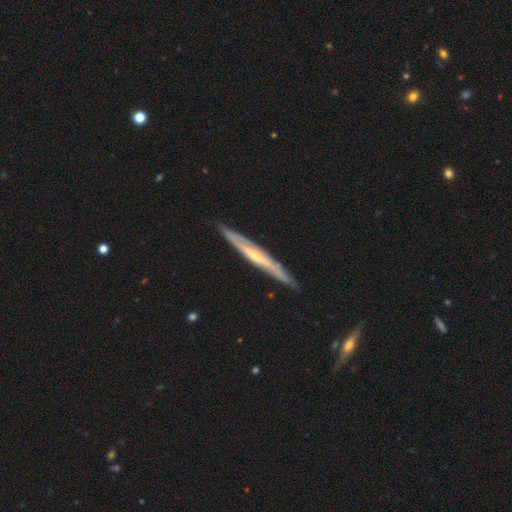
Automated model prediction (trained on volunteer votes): Smooth or featured? Predicted: featured or disk (p=0.70). Edge-on disk? Predicted: yes (p=0.88). Edge-on bulge? Predicted: none (p=0.50). Merging? Predicted: none (p=0.85).